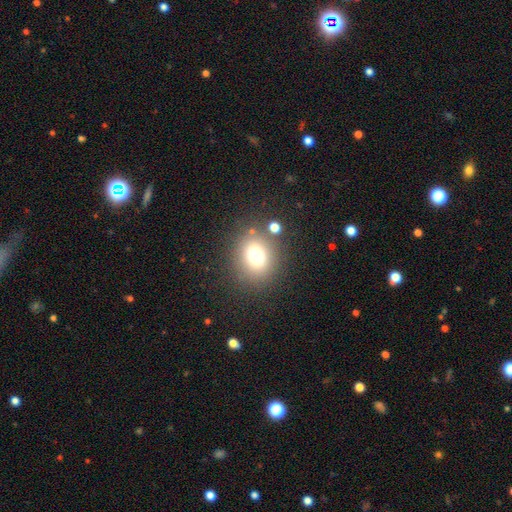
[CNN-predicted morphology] smooth_or_featured: smooth (p=0.73) [alt: star or artifact p=0.16]
how_rounded: round (p=0.71) [alt: in between p=0.28]
merging: none (p=0.79) [alt: minor disturbance p=0.10]